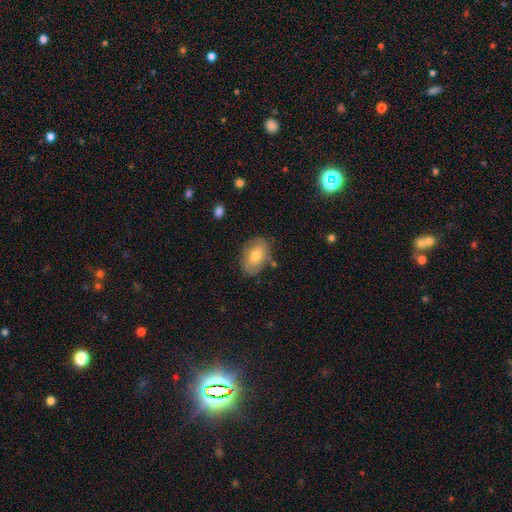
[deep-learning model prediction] smooth-or-featured: smooth: 60% | featured or disk: 28% | star or artifact: 12%
  how-rounded: in between: 85% | round: 13% | cigar-shaped: 1%
  merging: none: 79% | minor disturbance: 15% | major disturbance: 3% | merger: 2%